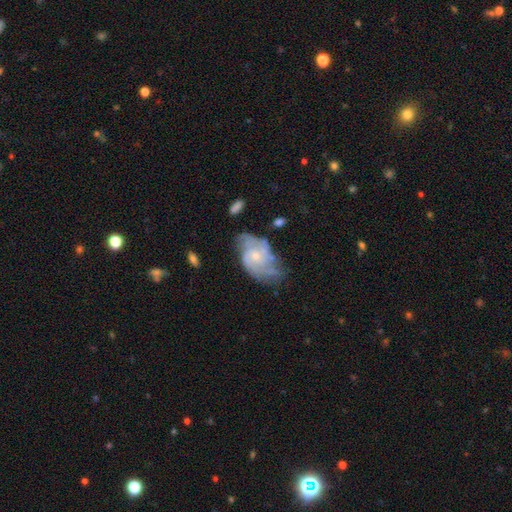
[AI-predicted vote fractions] A featured or disk galaxy (79%) with no bar (70%), 2 (33%) medium (42%, tied with tight) spiral arms (92%) and a small central bulge (63%). Merging: none (58%).